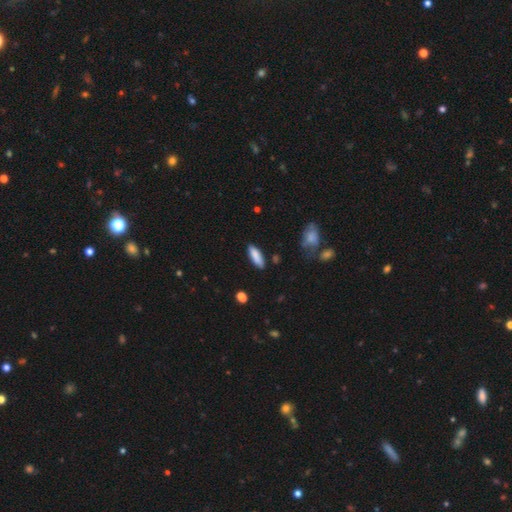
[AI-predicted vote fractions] smooth 86%, featured or disk 8%, star or artifact 6%. Down the decision tree: how rounded — in between (54%); merging — none (85%).